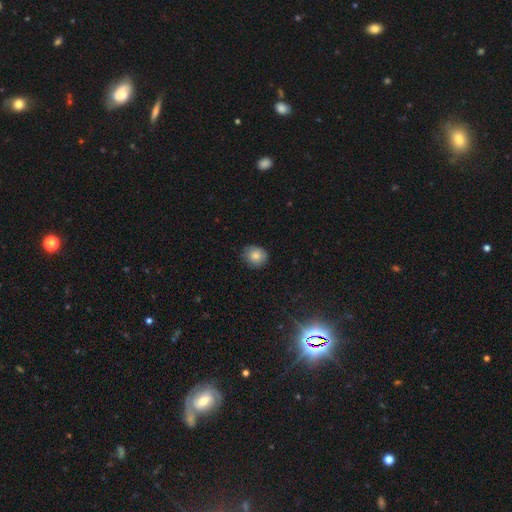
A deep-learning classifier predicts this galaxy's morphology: Smooth or featured? smooth (82%)
How rounded? round (72%)
Merging? none (81%)